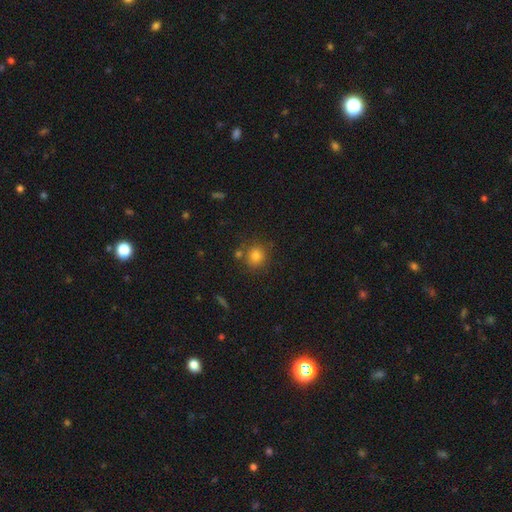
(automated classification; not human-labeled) The model was most divided on "merging": none: 75%, minor disturbance: 11%, merger: 10%, major disturbance: 3%. More confident: how rounded — round (86%); smooth or featured — smooth (81%).